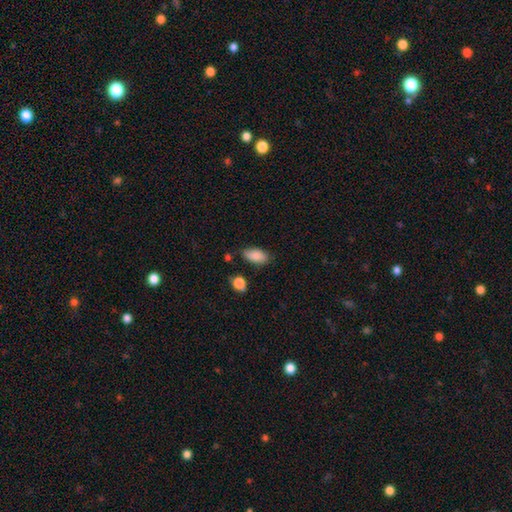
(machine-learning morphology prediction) Smooth or featured?
  - smooth: 86% *
  - star or artifact: 8%
  - featured or disk: 6%
How rounded?
  - in between: 92% *
  - cigar-shaped: 5%
  - round: 4%
Merging?
  - none: 75% *
  - minor disturbance: 19%
  - major disturbance: 4%
  - merger: 3%